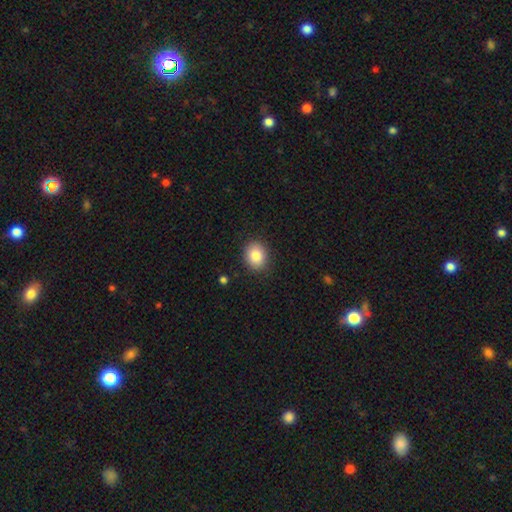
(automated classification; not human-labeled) A smooth galaxy with no disk features (85%) that is round (63%). Merging: none (88%).